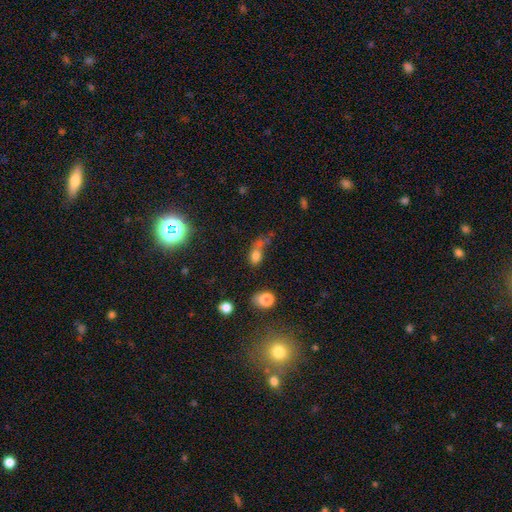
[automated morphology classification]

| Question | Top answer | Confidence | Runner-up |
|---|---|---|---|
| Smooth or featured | smooth | 71% | star or artifact (17%) |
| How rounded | in between | 65% | round (30%) |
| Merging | none | 33% | merger (32%) |